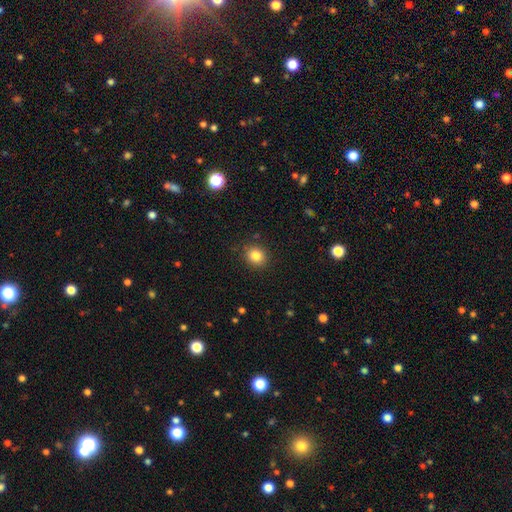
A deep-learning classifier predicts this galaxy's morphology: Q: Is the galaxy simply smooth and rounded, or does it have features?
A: smooth — 83%.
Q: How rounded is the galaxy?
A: round — 73%.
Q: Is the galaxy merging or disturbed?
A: none — 88%.